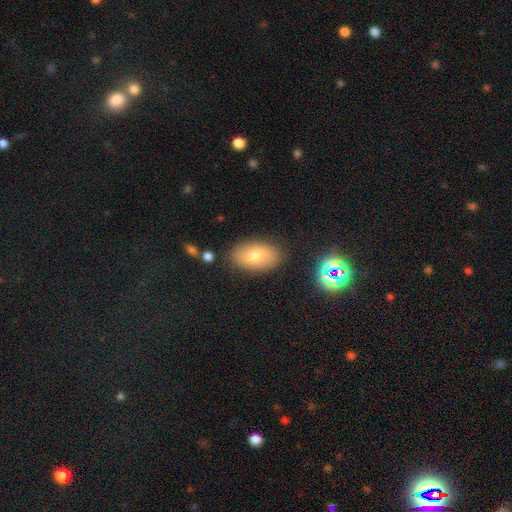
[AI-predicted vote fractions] Overall: smooth (69%). How rounded: in between (90%). Merging: none (84%).